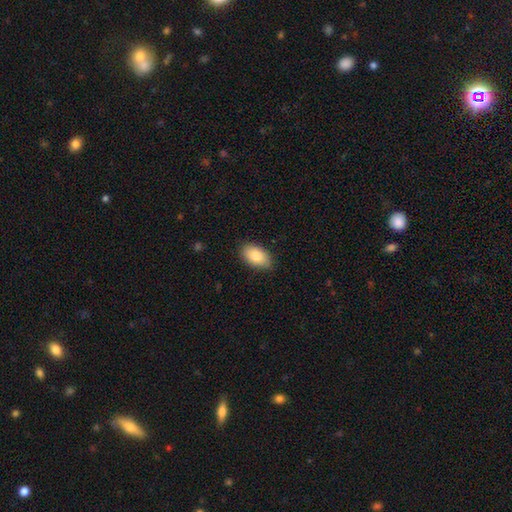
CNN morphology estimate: A smooth galaxy with no disk features (85%) that is in between round and cigar-shaped (94%). Merging: none (86%).